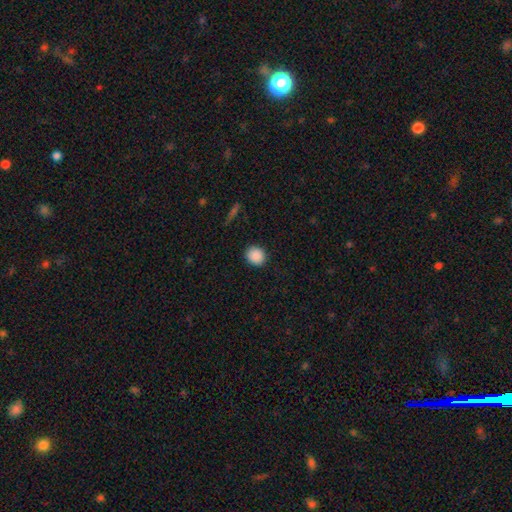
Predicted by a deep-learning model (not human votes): Smooth or featured? smooth (89%)
How rounded? round (83%)
Merging? none (90%)